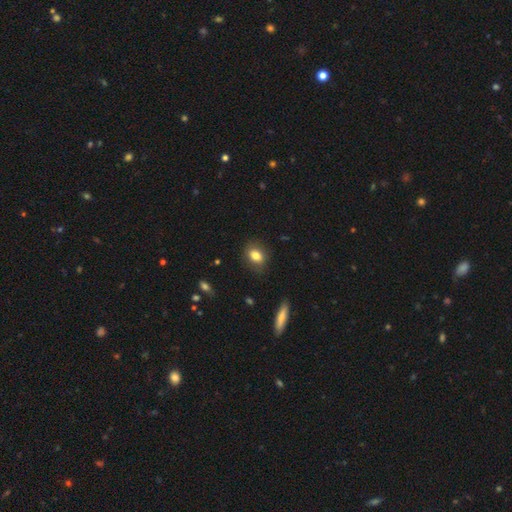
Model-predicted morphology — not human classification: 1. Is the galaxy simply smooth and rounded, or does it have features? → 80% smooth, 11% featured or disk, 9% star or artifact.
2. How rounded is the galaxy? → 65% in between, 33% round, 2% cigar-shaped.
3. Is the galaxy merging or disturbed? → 82% none, 13% minor disturbance, 3% major disturbance, 1% merger.